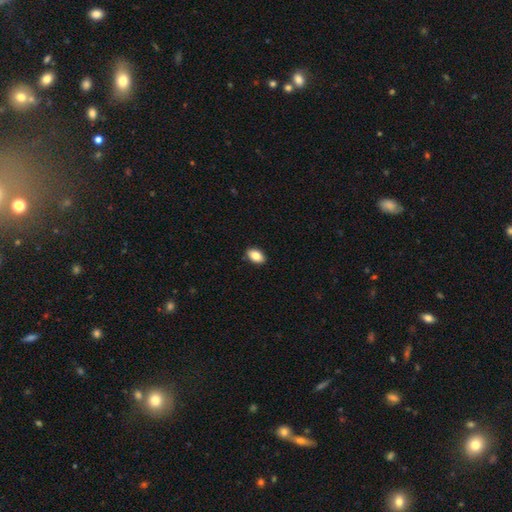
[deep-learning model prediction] Smooth or featured? Predicted: smooth (p=0.85). How rounded? Predicted: in between (p=0.90). Merging? Predicted: none (p=0.89).